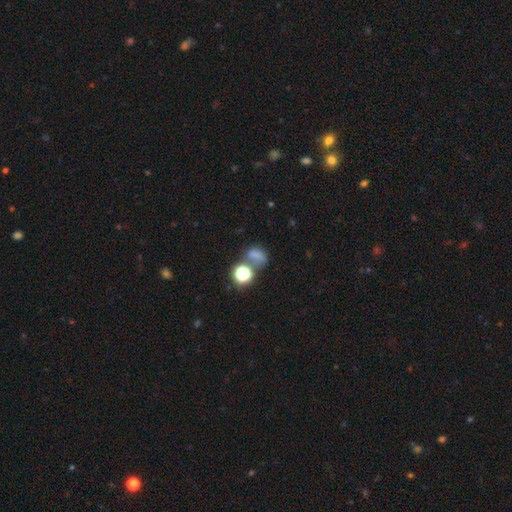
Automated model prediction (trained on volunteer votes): Overall: smooth (60%; star or artifact 28%). How rounded: in between (53%; round 45%). Merging: none (39%; merger 28%).